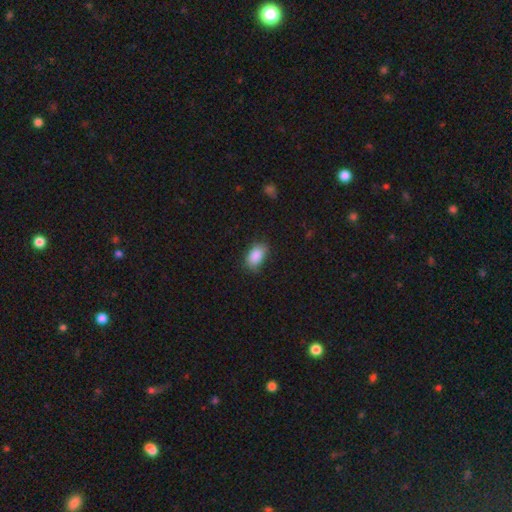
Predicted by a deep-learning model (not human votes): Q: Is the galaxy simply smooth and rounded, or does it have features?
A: smooth — 89%.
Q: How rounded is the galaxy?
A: in between — 90%.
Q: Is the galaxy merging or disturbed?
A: none — 76%.